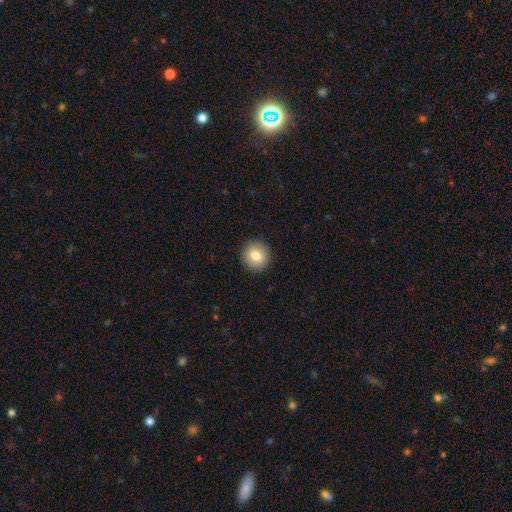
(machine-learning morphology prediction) The model was most divided on "smooth or featured": smooth: 80%, featured or disk: 12%, star or artifact: 9%. More confident: merging — none (92%); how rounded — round (92%).